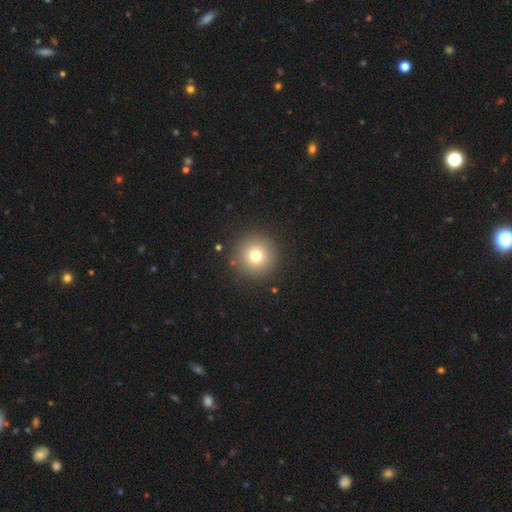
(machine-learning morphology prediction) A smooth galaxy with no disk features (77%) that is round (96%). Merging: none (90%).